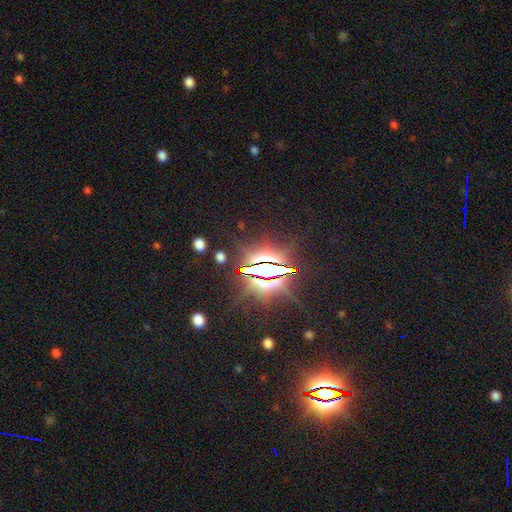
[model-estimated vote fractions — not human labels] This is clearly a star or artifact rather than a galaxy (85%).